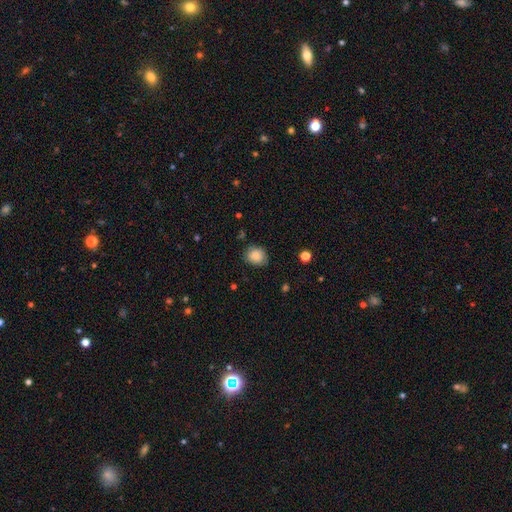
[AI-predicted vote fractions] A smooth galaxy with no disk features (82%) that is round (68%). Merging: none (77%).